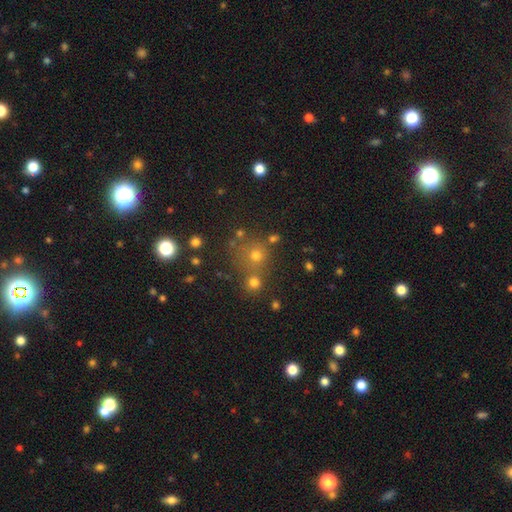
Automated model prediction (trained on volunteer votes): A smooth galaxy with no disk features (62%) that is round (90%).

Vote fractions:
- Smooth or featured? smooth: 62% / star or artifact: 29% / featured or disk: 9%
- How rounded? round: 90% / in between: 9% / cigar-shaped: 1%
- Merging? none: 67% / merger: 22% / minor disturbance: 8% / major disturbance: 4%